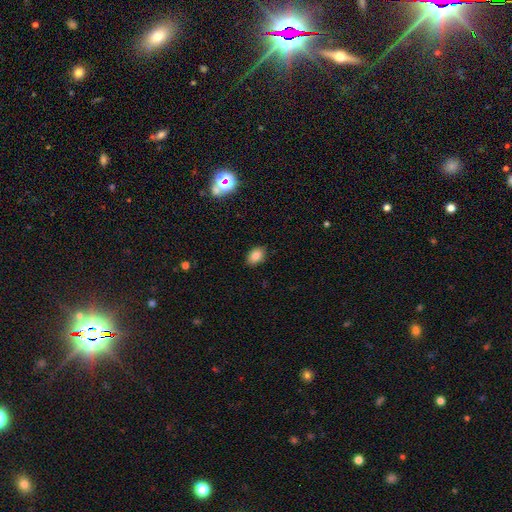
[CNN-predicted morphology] This is clearly a smooth galaxy (84%). How rounded: clearly in between (83%). Merging: clearly none (88%).